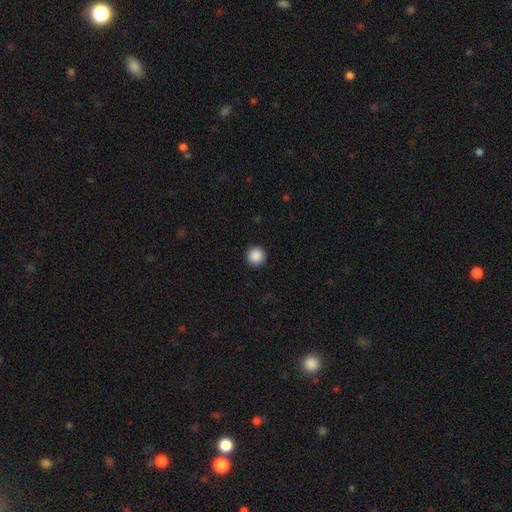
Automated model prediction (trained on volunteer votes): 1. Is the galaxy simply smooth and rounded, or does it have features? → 89% smooth, 9% star or artifact, 2% featured or disk.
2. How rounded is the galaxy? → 96% round, 3% in between, 1% cigar-shaped.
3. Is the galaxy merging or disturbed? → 93% none, 4% minor disturbance, 2% major disturbance, 1% merger.